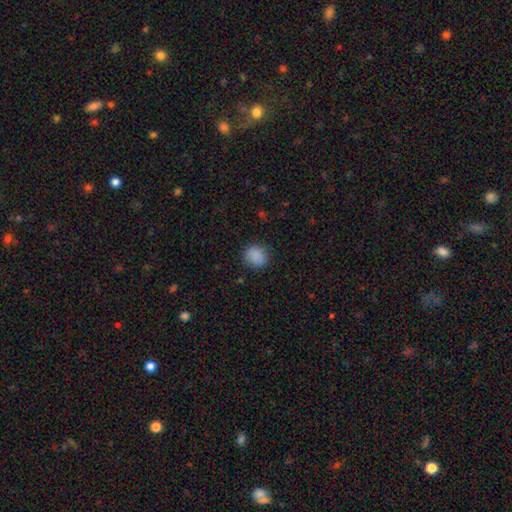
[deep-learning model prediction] smooth 87%, star or artifact 9%, featured or disk 3%. Down the decision tree: how rounded — round (75%); merging — none (85%).